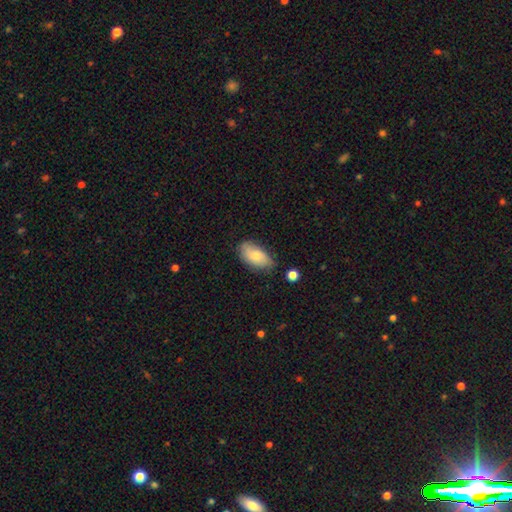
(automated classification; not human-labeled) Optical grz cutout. It shows a smooth galaxy with no disk features (78%) that is in between round and cigar-shaped (93%). Merging: none (66%).